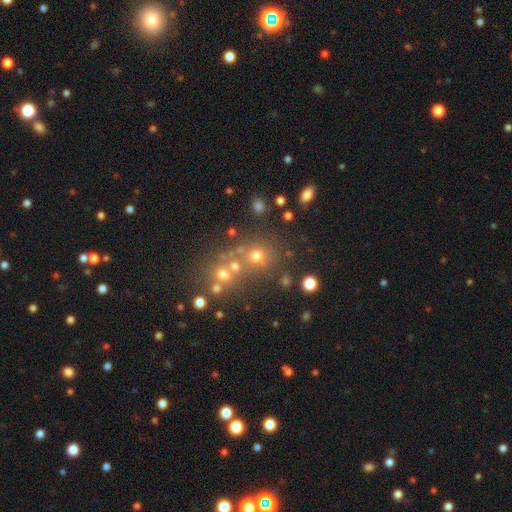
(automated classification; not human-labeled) This appears to be a smooth galaxy with no disk features (57%) that is round (81%). Merging: none (56%).